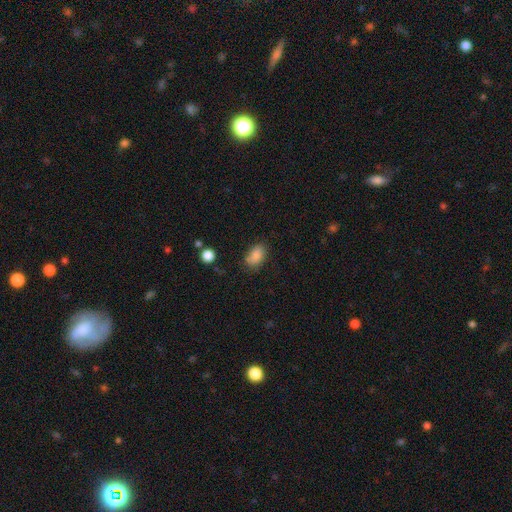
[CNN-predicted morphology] smooth-or-featured: smooth: 85% | star or artifact: 9% | featured or disk: 6%
  how-rounded: in between: 87% | round: 12% | cigar-shaped: 2%
  merging: none: 70% | minor disturbance: 21% | major disturbance: 5% | merger: 4%